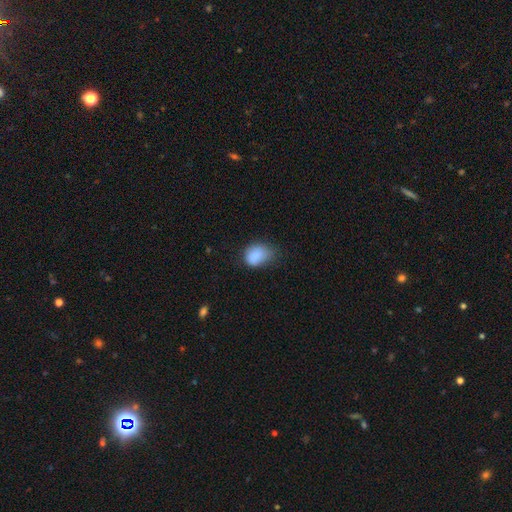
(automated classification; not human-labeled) smooth 85%, star or artifact 9%, featured or disk 6%. Down the decision tree: how rounded — in between (63%); merging — none (41%, tied with minor disturbance).